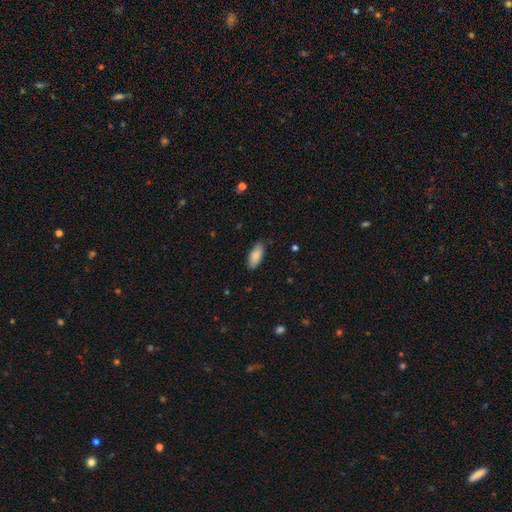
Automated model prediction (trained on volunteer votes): This is clearly a smooth galaxy (88%). How rounded: clearly in between (87%). Merging: clearly none (87%).